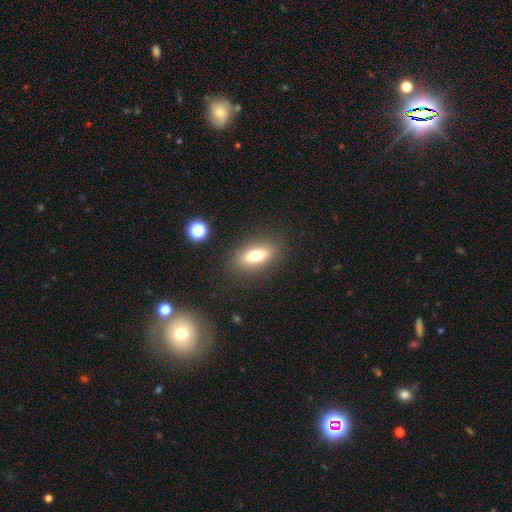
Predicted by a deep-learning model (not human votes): Smooth or featured? smooth (69%)
How rounded? in between (78%)
Merging? none (86%)